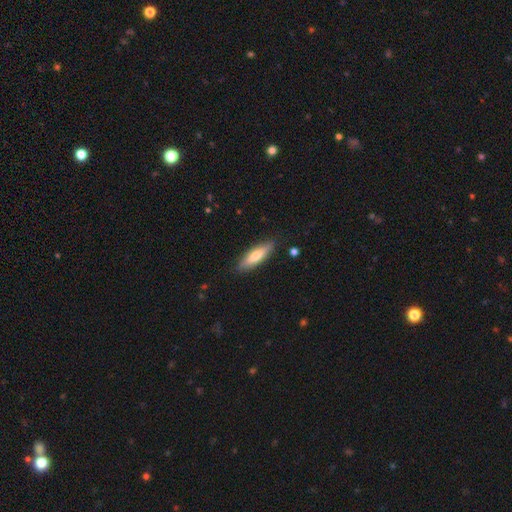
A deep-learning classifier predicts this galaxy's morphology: Q: Smooth or featured?
A: smooth (61%); runner-up: featured or disk (34%)
Q: How rounded?
A: cigar-shaped (66%); runner-up: in between (32%)
Q: Merging?
A: none (86%); runner-up: minor disturbance (10%)